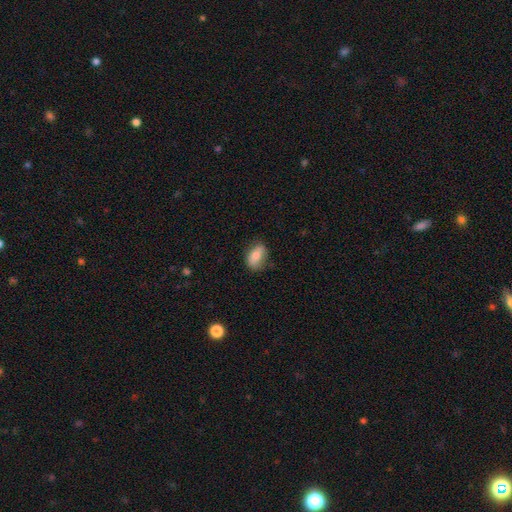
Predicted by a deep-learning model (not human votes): Smooth or featured? smooth (77%)
How rounded? in between (86%)
Merging? none (72%)